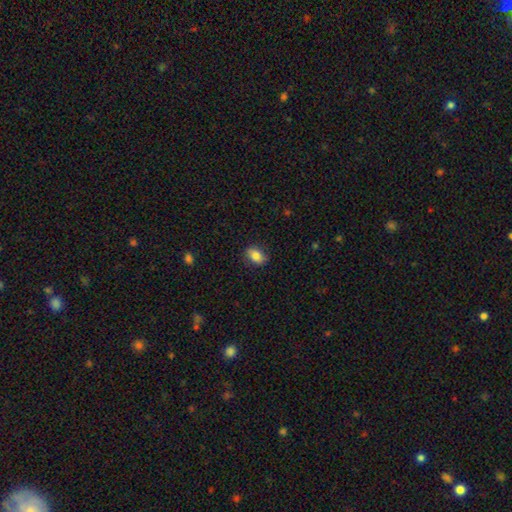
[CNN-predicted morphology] A smooth galaxy with no disk features (81%) that is in between round and cigar-shaped (82%).

Vote fractions:
- Smooth or featured? smooth: 81% / featured or disk: 11% / star or artifact: 8%
- How rounded? in between: 82% / round: 17% / cigar-shaped: 2%
- Merging? none: 81% / minor disturbance: 15% / major disturbance: 3% / merger: 1%